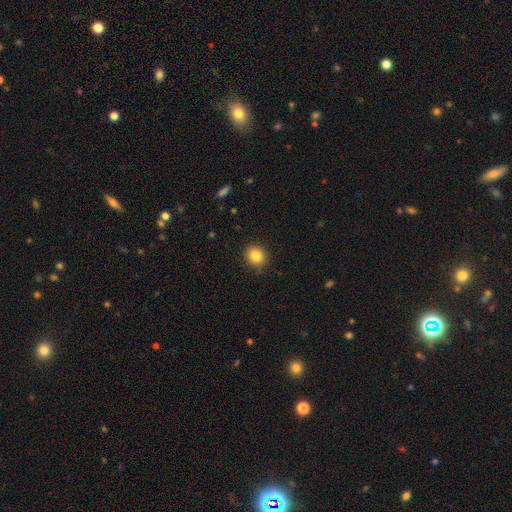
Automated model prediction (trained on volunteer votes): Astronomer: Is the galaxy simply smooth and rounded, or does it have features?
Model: smooth — 84%.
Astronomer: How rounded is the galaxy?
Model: round — 76%.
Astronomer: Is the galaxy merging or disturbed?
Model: none — 88%.